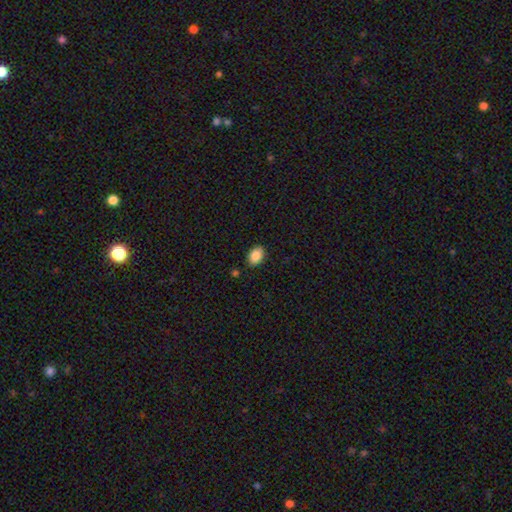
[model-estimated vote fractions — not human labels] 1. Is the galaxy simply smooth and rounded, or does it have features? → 86% smooth, 8% star or artifact, 6% featured or disk.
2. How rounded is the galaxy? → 82% in between, 17% round, 1% cigar-shaped.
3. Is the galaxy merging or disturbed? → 86% none, 10% minor disturbance, 2% merger, 2% major disturbance.